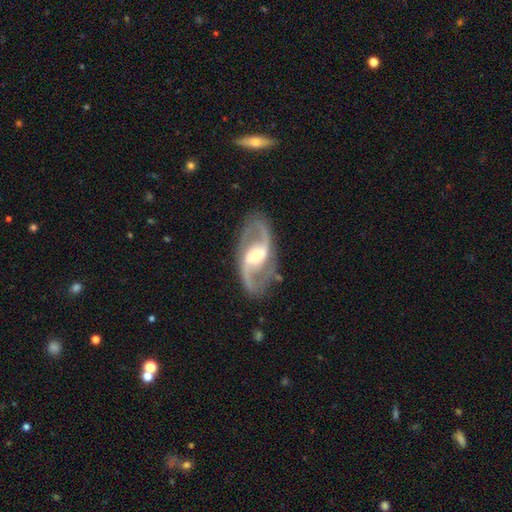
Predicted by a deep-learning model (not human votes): The model was most divided on "bar": strong: 40%, weak: 39%, no: 21%. More confident: edge-on disk — no (96%); spiral arms — yes (95%); spiral arm count — 2 (93%); smooth or featured — featured or disk (90%); merging — none (84%); bulge size — moderate (56%); spiral winding — medium (55%).